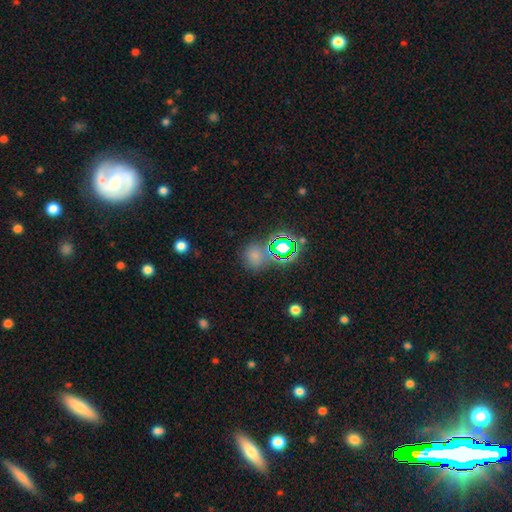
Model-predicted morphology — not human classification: A smooth galaxy with no disk features (58%) that is round (80%).

Vote fractions:
- Smooth or featured? smooth: 58% / star or artifact: 35% / featured or disk: 7%
- How rounded? round: 80% / in between: 19% / cigar-shaped: 1%
- Merging? none: 72% / minor disturbance: 13% / merger: 10% / major disturbance: 6%